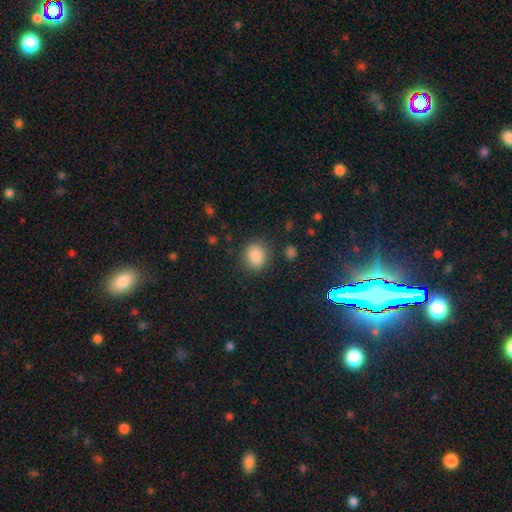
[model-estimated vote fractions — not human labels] smooth_or_featured: smooth (p=0.86) [alt: star or artifact p=0.09]
how_rounded: round (p=0.70) [alt: in between p=0.29]
merging: none (p=0.85) [alt: minor disturbance p=0.10]